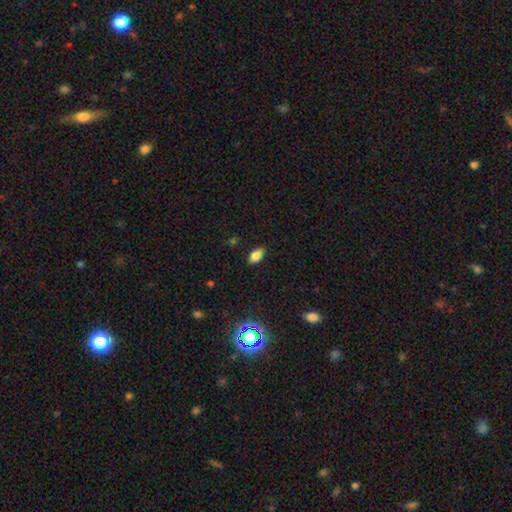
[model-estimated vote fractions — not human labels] smooth 81%, star or artifact 11%, featured or disk 8%. Down the decision tree: how rounded — in between (90%); merging — none (87%).